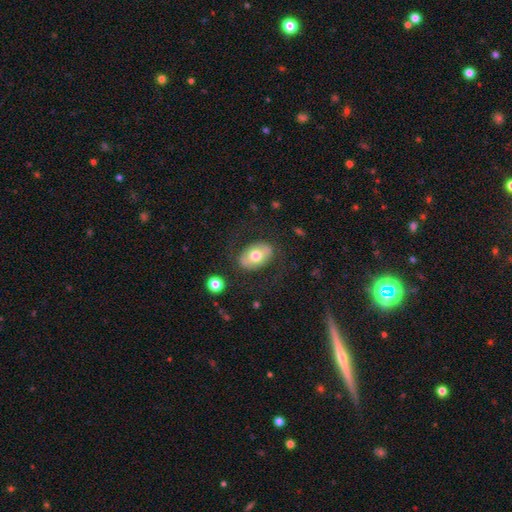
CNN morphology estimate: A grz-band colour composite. It shows a smooth galaxy with no disk features (60%) that is in between round and cigar-shaped (86%). Merging: none (76%).